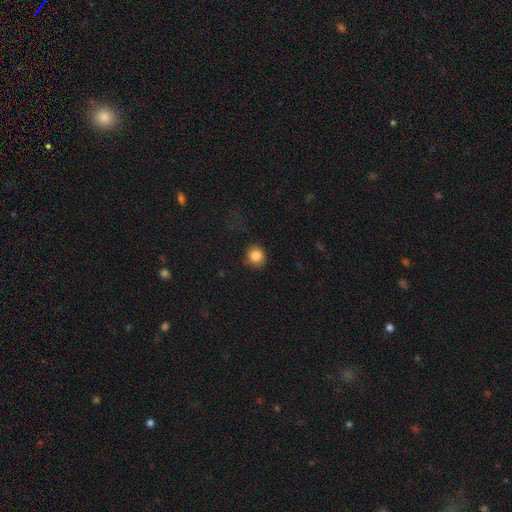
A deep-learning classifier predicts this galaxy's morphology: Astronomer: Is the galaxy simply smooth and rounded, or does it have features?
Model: smooth — 85%.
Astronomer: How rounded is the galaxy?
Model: round — 90%.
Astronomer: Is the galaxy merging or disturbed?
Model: none — 83%.